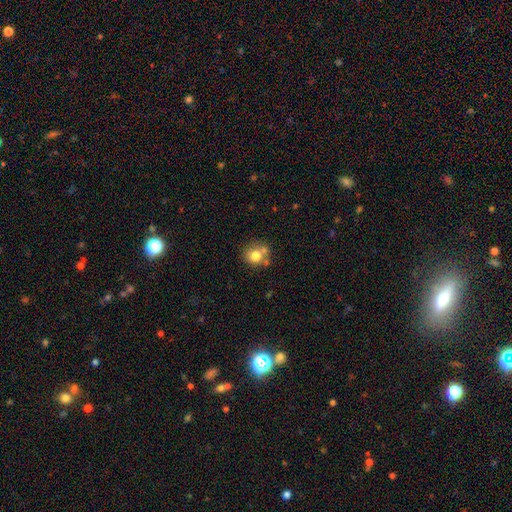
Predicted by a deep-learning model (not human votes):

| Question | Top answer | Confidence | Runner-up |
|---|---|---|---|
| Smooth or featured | smooth | 75% | featured or disk (14%) |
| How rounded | round | 82% | in between (17%) |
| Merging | none | 56% | merger (26%) |